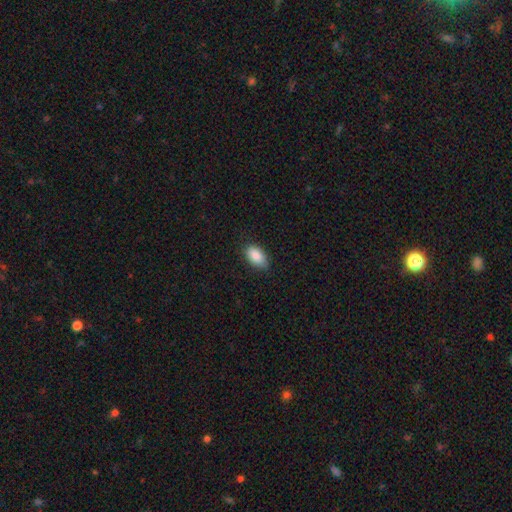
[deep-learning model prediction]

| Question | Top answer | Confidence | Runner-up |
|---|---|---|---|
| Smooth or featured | smooth | 89% | star or artifact (7%) |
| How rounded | in between | 93% | round (5%) |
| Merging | none | 80% | minor disturbance (16%) |